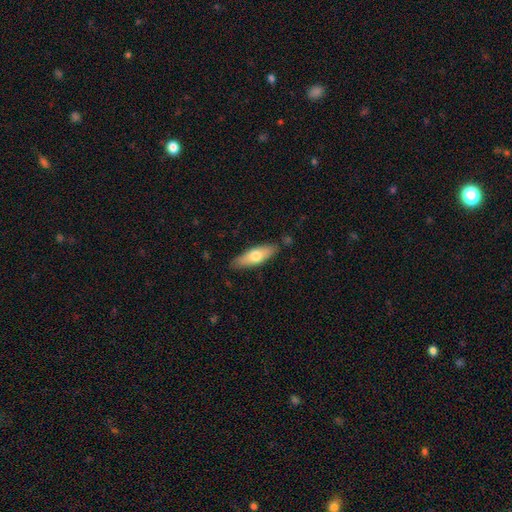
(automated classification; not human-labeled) Smooth or featured? Predicted: smooth (p=0.66). How rounded? Predicted: in between (p=0.54). Merging? Predicted: none (p=0.84).